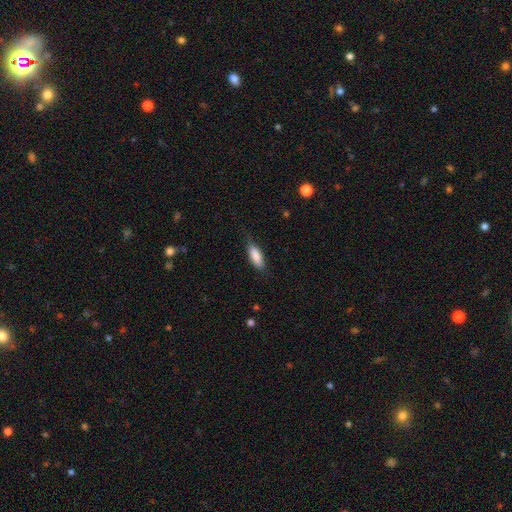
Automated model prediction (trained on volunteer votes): Overall: smooth (84%). How rounded: in between (62%; cigar-shaped 36%). Merging: none (72%).